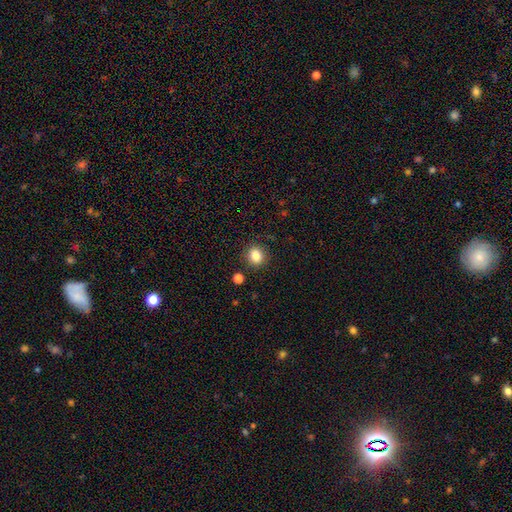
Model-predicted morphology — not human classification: The model was most divided on "how rounded": round: 77%, in between: 22%, cigar-shaped: 1%. More confident: merging — none (87%); smooth or featured — smooth (83%).